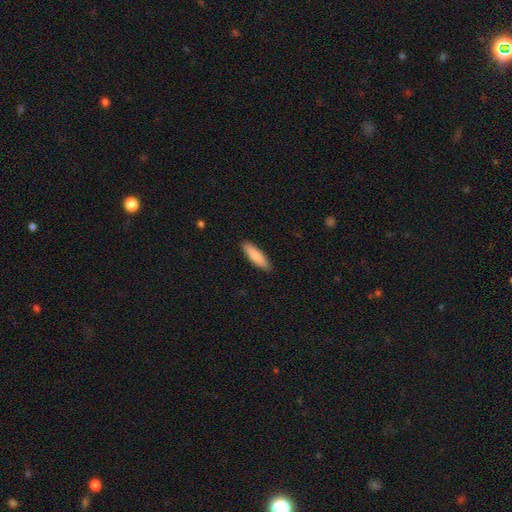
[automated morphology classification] The model was most divided on "how rounded": cigar-shaped: 64%, in between: 35%, round: 1%. More confident: merging — none (89%); smooth or featured — smooth (86%).